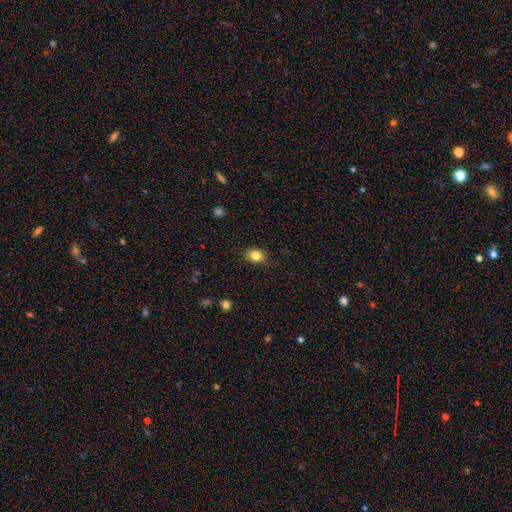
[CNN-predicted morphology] Q: Smooth or featured?
A: smooth (83%); runner-up: star or artifact (10%)
Q: How rounded?
A: in between (64%); runner-up: round (35%)
Q: Merging?
A: none (86%); runner-up: minor disturbance (11%)